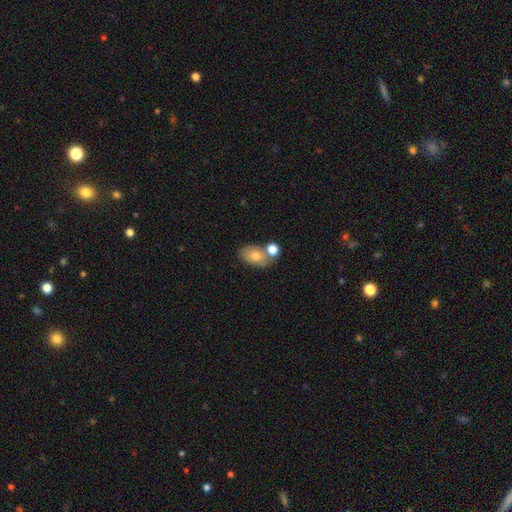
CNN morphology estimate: Q: Smooth or featured?
A: smooth (76%); runner-up: featured or disk (15%)
Q: How rounded?
A: in between (85%); runner-up: round (13%)
Q: Merging?
A: none (52%); runner-up: merger (30%)